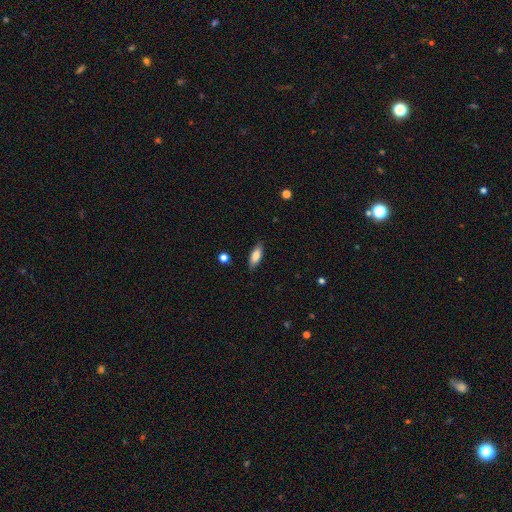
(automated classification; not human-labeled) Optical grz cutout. It shows a smooth galaxy with no disk features (82%) that is in between round and cigar-shaped (75%). Merging: none (86%).